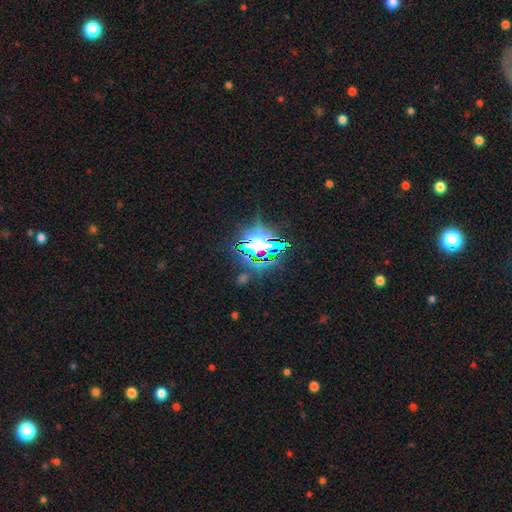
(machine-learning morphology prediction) This appears to be a star or artifact, not a galaxy (82%).